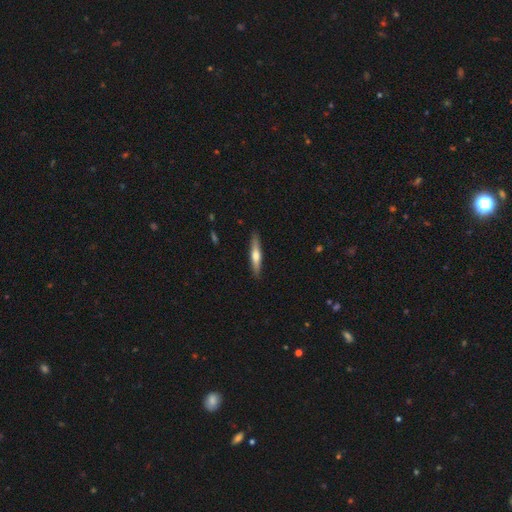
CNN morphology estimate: smooth 48%, featured or disk 47%, star or artifact 5%. Down the decision tree: merging — none (89%).